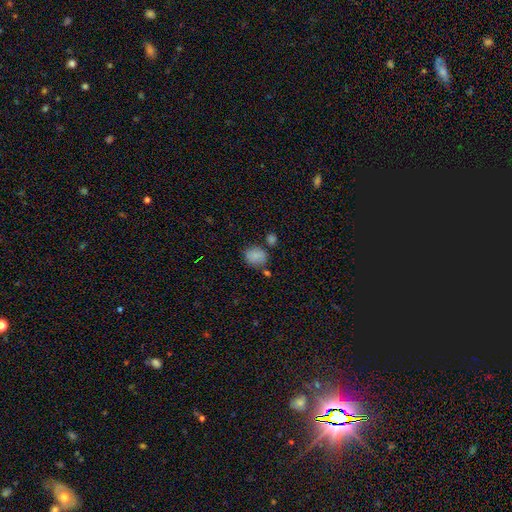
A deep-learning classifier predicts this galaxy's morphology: Smooth or featured? smooth (82%)
How rounded? round (58%)
Merging? none (66%)